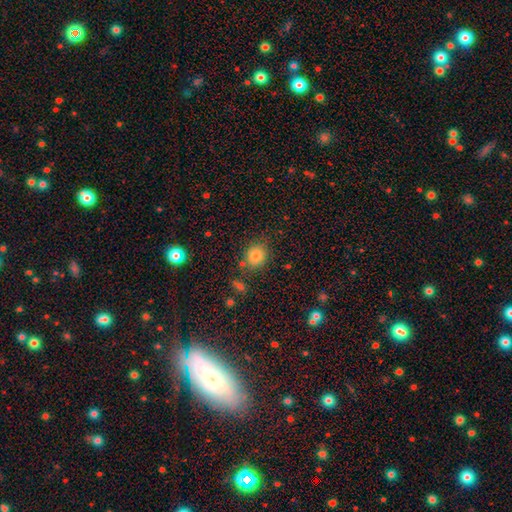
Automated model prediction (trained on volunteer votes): The model was most divided on "how rounded": round: 72%, in between: 27%, cigar-shaped: 1%. More confident: smooth or featured — smooth (83%); merging — none (77%).